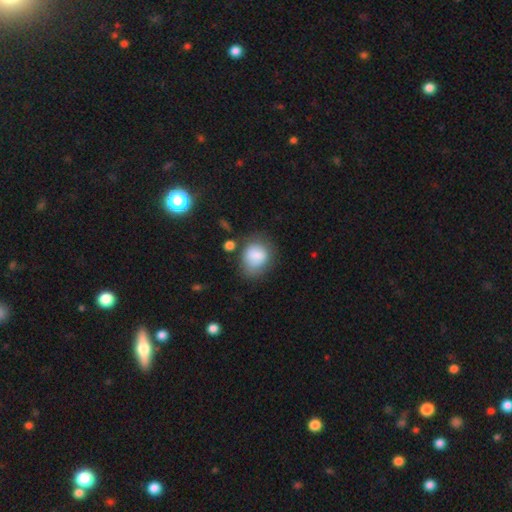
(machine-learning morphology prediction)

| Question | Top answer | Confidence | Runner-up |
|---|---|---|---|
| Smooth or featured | smooth | 78% | featured or disk (13%) |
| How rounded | round | 56% | in between (43%) |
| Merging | none | 56% | minor disturbance (25%) |